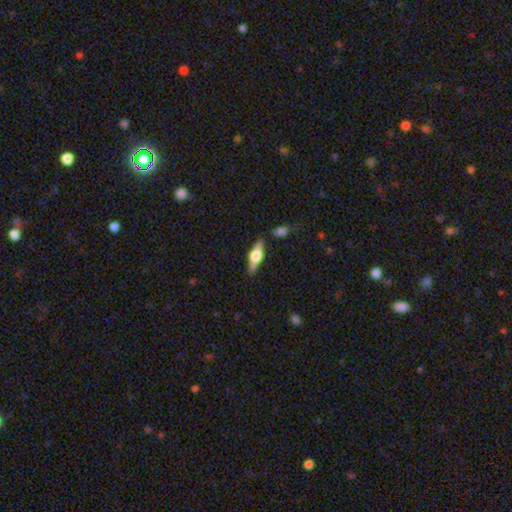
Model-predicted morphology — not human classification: Smooth or featured: featured or disk — 58% (smooth — 36%)
Edge-on disk: yes — 94% (no — 6%)
Edge-on bulge: rounded — 89% (boxy — 9%)
Merging: none — 82% (minor disturbance — 11%)